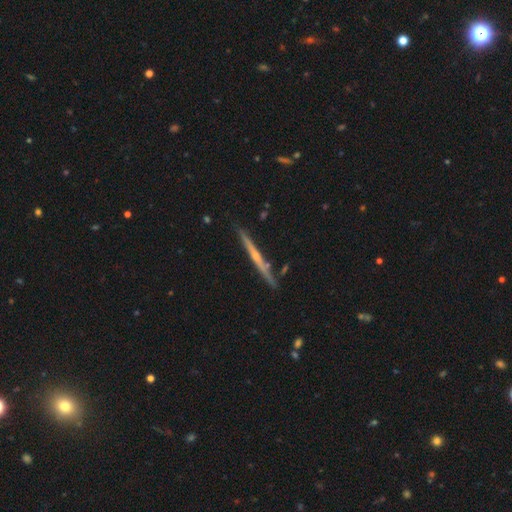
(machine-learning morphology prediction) Overall: featured or disk (72%). Edge-on disk: yes (98%). Edge-on bulge: rounded (51%; none 43%). Merging: none (86%).